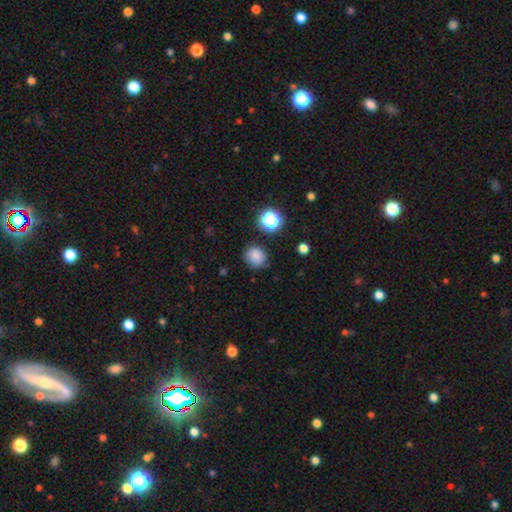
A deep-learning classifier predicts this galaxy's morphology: A smooth galaxy with no disk features (82%) that is round (81%).

Vote fractions:
- Smooth or featured? smooth: 82% / star or artifact: 13% / featured or disk: 5%
- How rounded? round: 81% / in between: 18% / cigar-shaped: 1%
- Merging? none: 79% / minor disturbance: 15% / major disturbance: 4% / merger: 2%